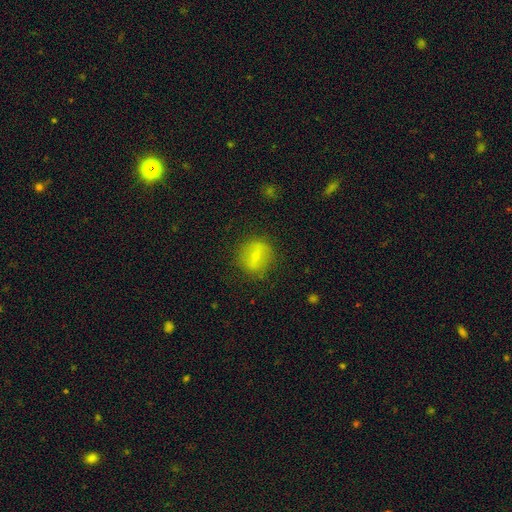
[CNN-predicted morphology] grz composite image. It shows a smooth galaxy with no disk features (61%) that is round (77%). Merging: none (82%).